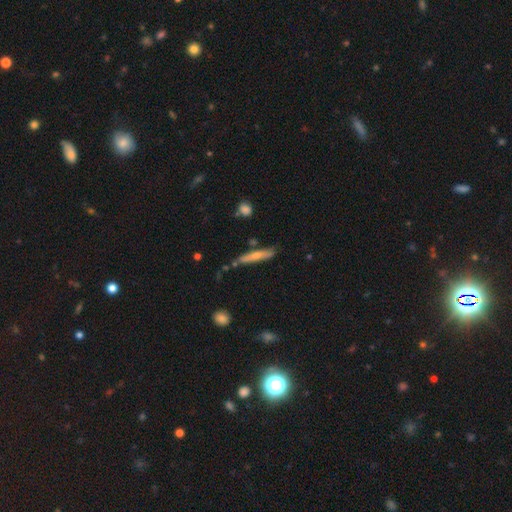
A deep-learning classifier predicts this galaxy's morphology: type=smooth (58%); roundness=cigar-shaped (91%); merging=none (76%).